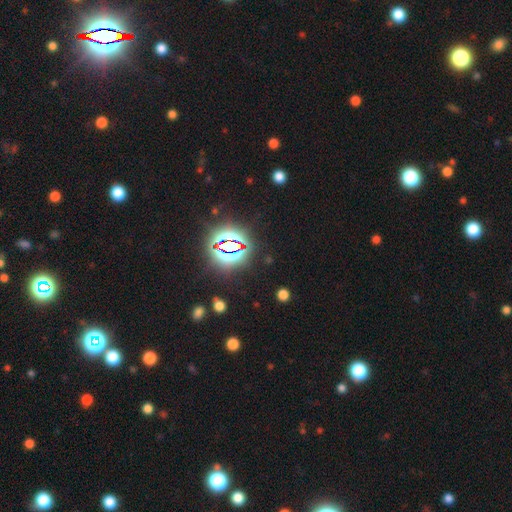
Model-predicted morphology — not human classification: A star or artifact, not a galaxy (82%).